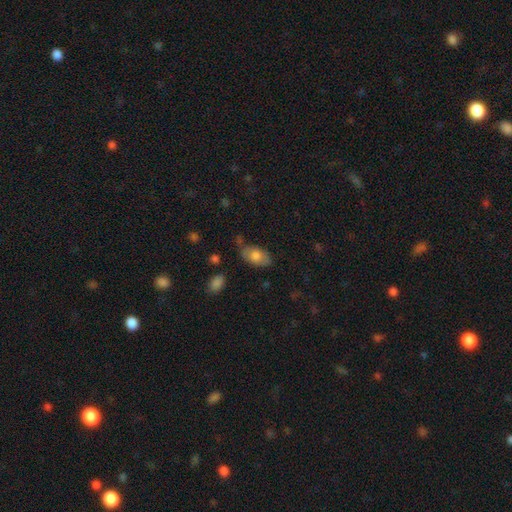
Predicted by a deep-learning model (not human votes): smooth-or-featured: smooth: 73% | featured or disk: 20% | star or artifact: 7%
  how-rounded: in between: 92% | round: 6% | cigar-shaped: 2%
  merging: none: 68% | minor disturbance: 22% | major disturbance: 5% | merger: 5%